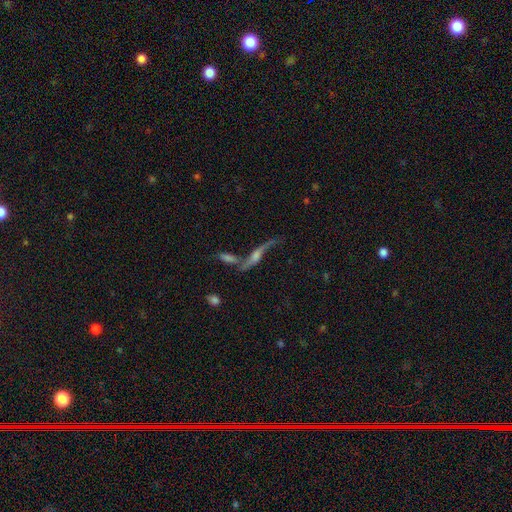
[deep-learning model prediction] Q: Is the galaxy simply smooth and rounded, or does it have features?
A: featured or disk — 76%.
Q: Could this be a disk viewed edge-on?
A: yes — 63%.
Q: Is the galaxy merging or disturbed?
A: none — 45%.